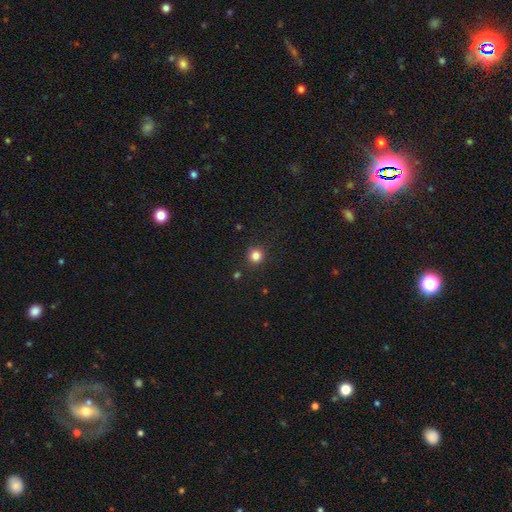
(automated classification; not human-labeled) Smooth or featured? smooth (83%)
How rounded? round (94%)
Merging? none (90%)